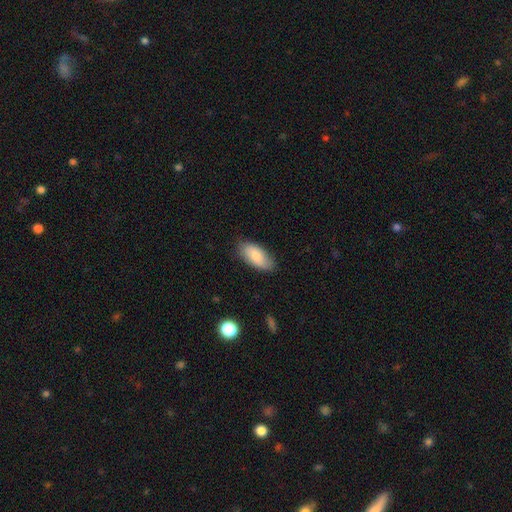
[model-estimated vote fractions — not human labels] A smooth galaxy with no disk features (82%) that is in between round and cigar-shaped (91%).

Vote fractions:
- Smooth or featured? smooth: 82% / featured or disk: 12% / star or artifact: 6%
- How rounded? in between: 91% / cigar-shaped: 7% / round: 2%
- Merging? none: 81% / minor disturbance: 15% / major disturbance: 3% / merger: 1%